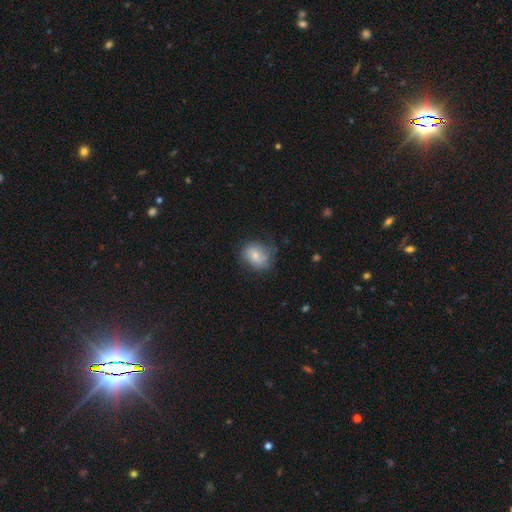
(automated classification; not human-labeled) smooth 65%, featured or disk 26%, star or artifact 8%. Down the decision tree: how rounded — round (57%); merging — none (62%).